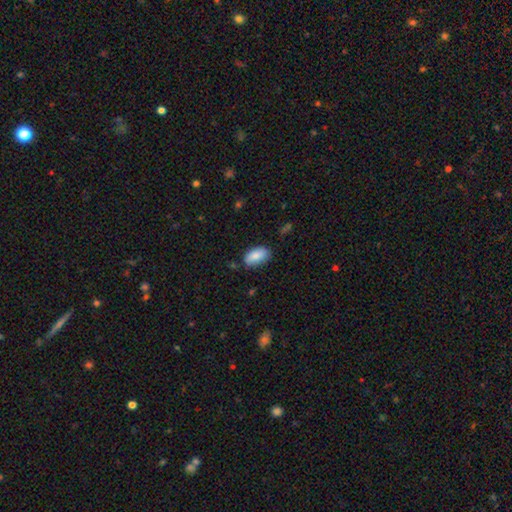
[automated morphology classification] Q: Smooth or featured?
A: smooth (86%); runner-up: featured or disk (7%)
Q: How rounded?
A: in between (94%); runner-up: round (4%)
Q: Merging?
A: none (74%); runner-up: minor disturbance (20%)